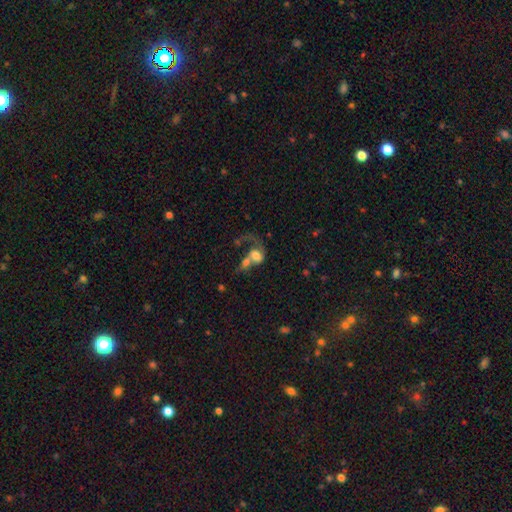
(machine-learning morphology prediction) The model was most divided on "smooth or featured": smooth: 48%, featured or disk: 42%, star or artifact: 10%. More confident: merging — merger (64%).